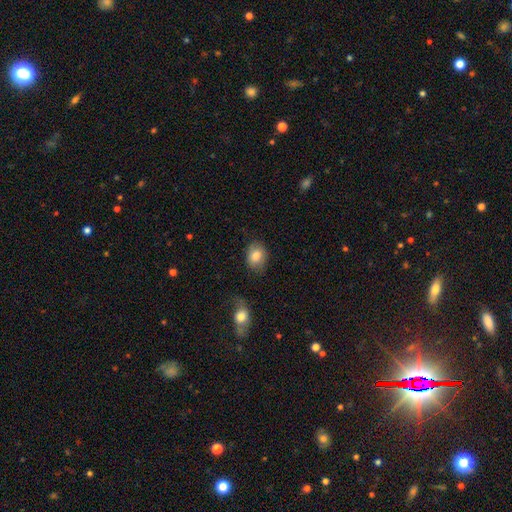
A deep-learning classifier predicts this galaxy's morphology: Smooth or featured?
  - smooth: 83% *
  - featured or disk: 9%
  - star or artifact: 8%
How rounded?
  - in between: 60% *
  - round: 39%
  - cigar-shaped: 1%
Merging?
  - none: 77% *
  - minor disturbance: 17%
  - major disturbance: 4%
  - merger: 3%